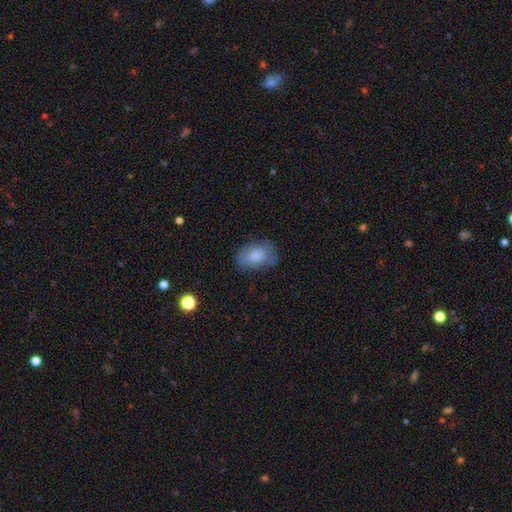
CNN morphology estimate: This appears to be a smooth galaxy with no disk features (80%) that is in between round and cigar-shaped (87%). Merging: none (73%).